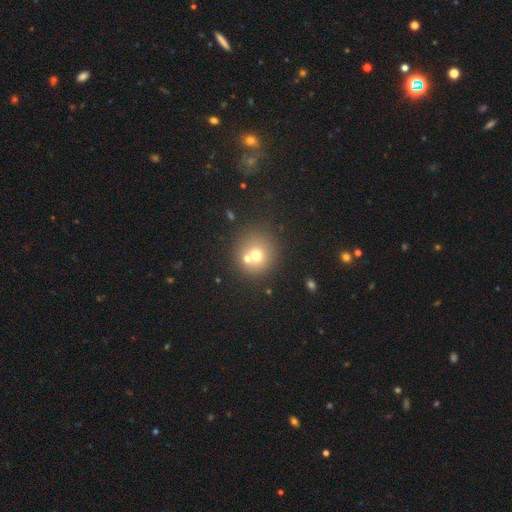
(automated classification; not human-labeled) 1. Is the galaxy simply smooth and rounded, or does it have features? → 65% smooth, 20% featured or disk, 15% star or artifact.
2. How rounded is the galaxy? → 89% round, 10% in between, 1% cigar-shaped.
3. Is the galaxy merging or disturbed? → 55% none, 33% merger, 8% minor disturbance, 4% major disturbance.